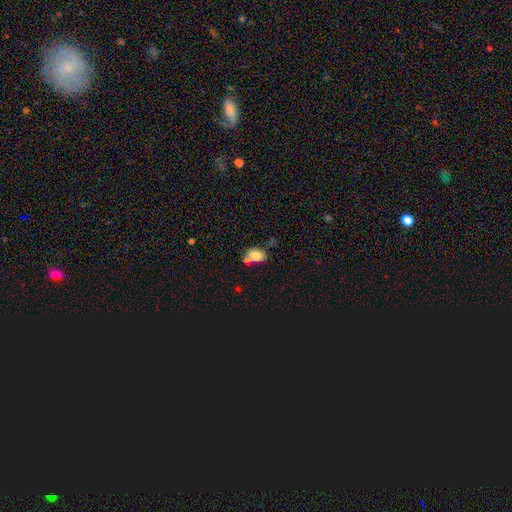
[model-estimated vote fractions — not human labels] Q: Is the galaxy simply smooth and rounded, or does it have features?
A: smooth — 78%.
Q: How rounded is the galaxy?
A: in between — 81%.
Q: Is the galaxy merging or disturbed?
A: none — 46%.